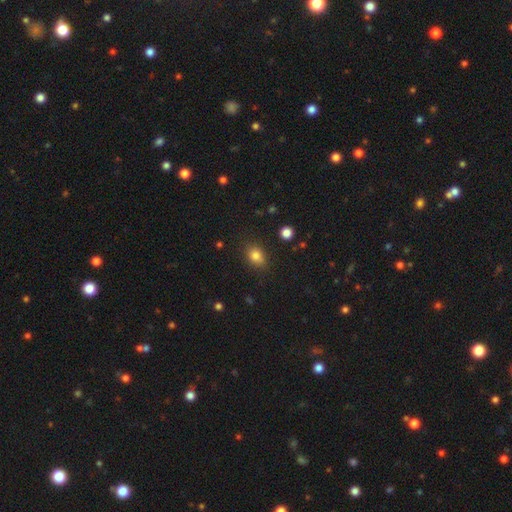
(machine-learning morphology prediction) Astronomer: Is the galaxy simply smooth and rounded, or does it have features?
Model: smooth — 81%.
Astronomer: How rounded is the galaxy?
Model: in between — 58% (runner-up: round, 40%).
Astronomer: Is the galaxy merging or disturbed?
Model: none — 82%.